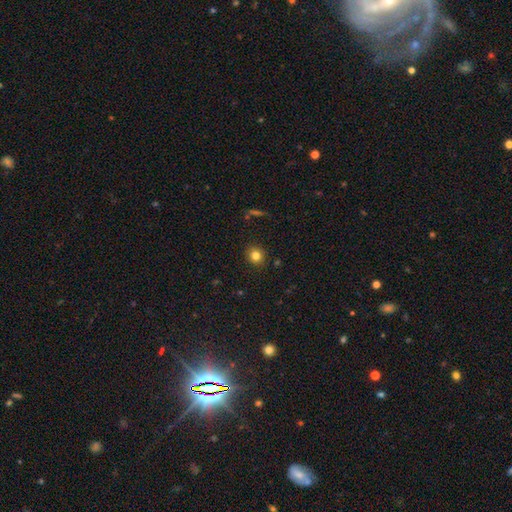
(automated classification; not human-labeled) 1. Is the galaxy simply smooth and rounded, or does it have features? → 81% smooth, 13% star or artifact, 7% featured or disk.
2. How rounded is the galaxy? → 86% round, 14% in between, 1% cigar-shaped.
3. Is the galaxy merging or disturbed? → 90% none, 7% minor disturbance, 2% major disturbance, 1% merger.